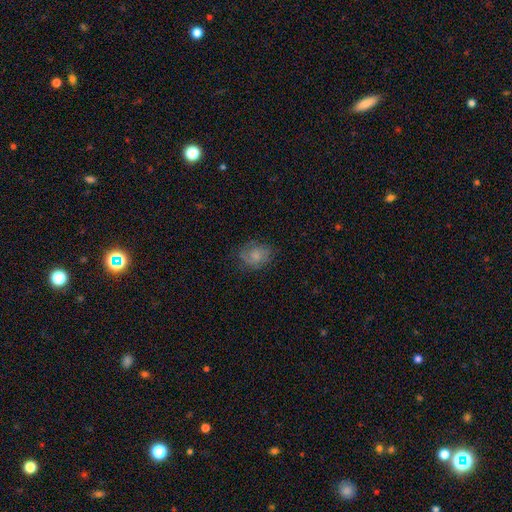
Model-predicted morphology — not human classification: Smooth or featured? smooth (64%)
How rounded? in between (51%)
Merging? none (69%)